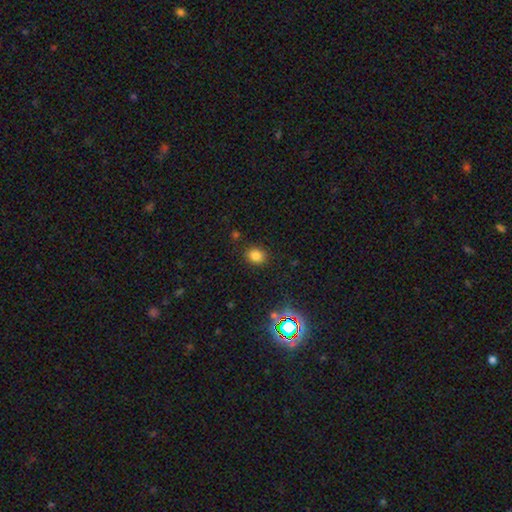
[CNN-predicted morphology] Smooth or featured: smooth — 79% (star or artifact — 15%)
How rounded: round — 57% (in between — 42%)
Merging: none — 85% (minor disturbance — 10%)